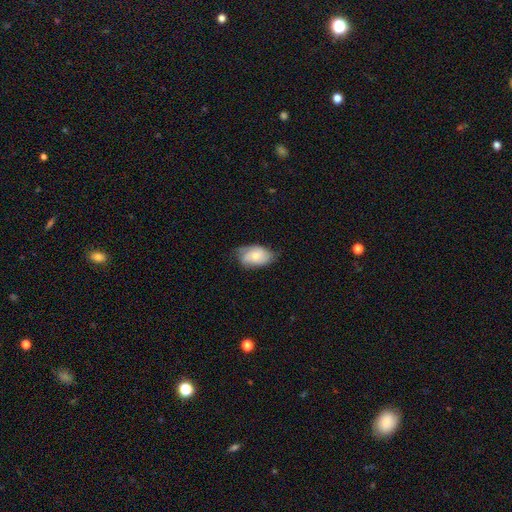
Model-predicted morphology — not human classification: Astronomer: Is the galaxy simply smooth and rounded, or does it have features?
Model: smooth — 59% (runner-up: featured or disk, 34%).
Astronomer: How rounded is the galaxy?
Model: in between — 90%.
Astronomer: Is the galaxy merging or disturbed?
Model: none — 60%.